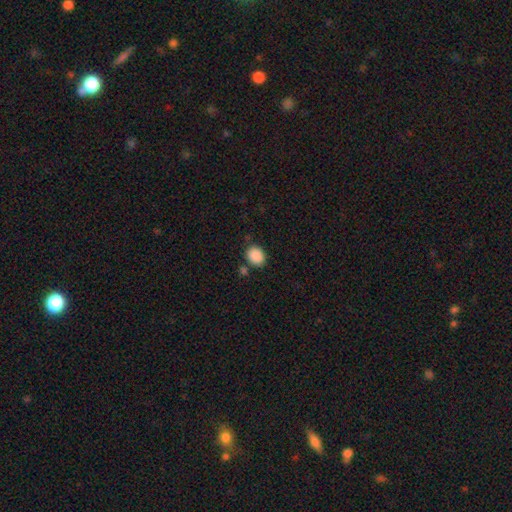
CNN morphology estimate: Smooth or featured? smooth (89%)
How rounded? round (52%)
Merging? none (80%)